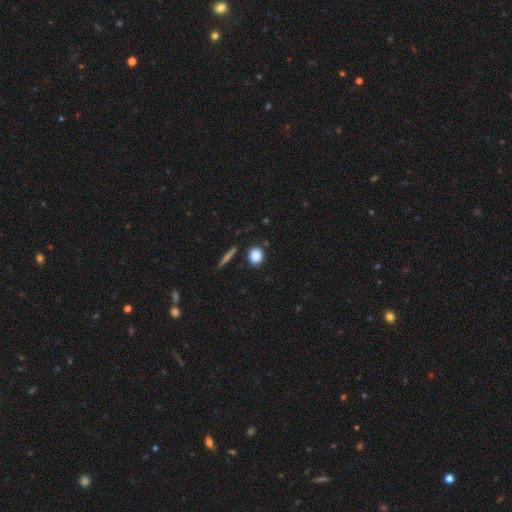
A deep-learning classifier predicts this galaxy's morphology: Smooth or featured?
  - smooth: 86% *
  - star or artifact: 9%
  - featured or disk: 5%
How rounded?
  - round: 82% *
  - in between: 16%
  - cigar-shaped: 2%
Merging?
  - none: 87% *
  - minor disturbance: 7%
  - merger: 3%
  - major disturbance: 2%